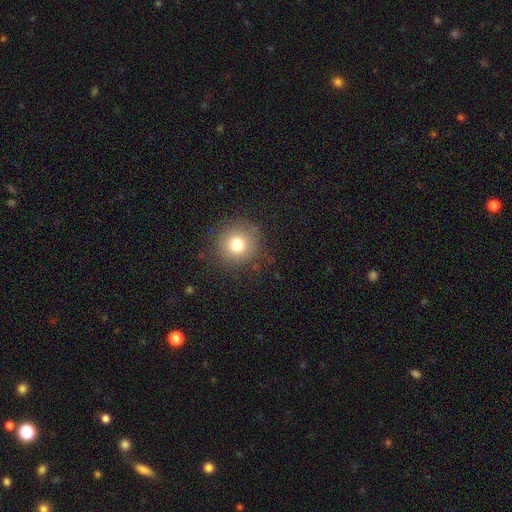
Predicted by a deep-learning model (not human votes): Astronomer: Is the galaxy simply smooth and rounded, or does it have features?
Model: smooth — 66%.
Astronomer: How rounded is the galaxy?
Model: round — 95%.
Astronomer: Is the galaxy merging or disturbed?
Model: none — 90%.